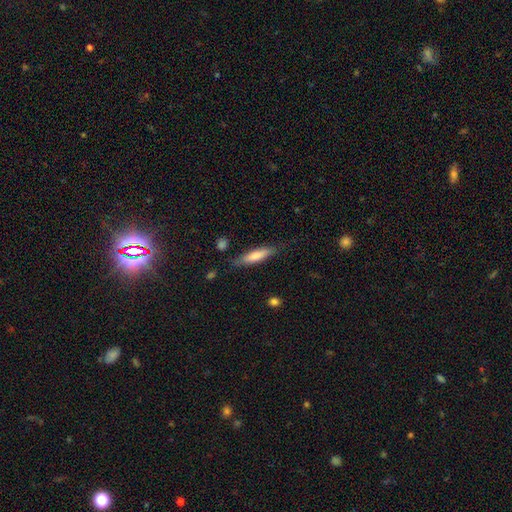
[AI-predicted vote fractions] smooth 74%, featured or disk 20%, star or artifact 6%. Down the decision tree: how rounded — cigar-shaped (74%); merging — none (78%).